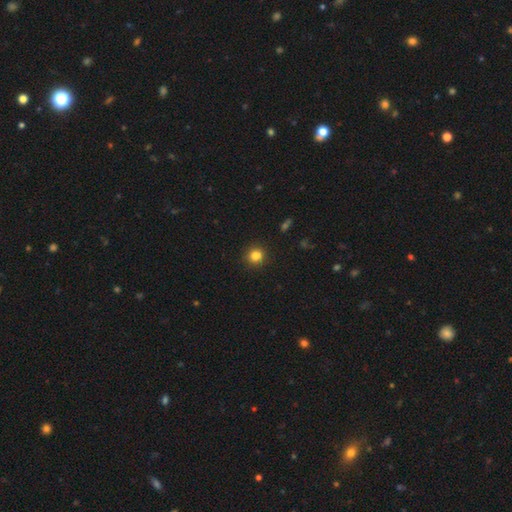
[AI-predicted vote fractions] A smooth galaxy with no disk features (83%) that is round (92%). Merging: none (92%).